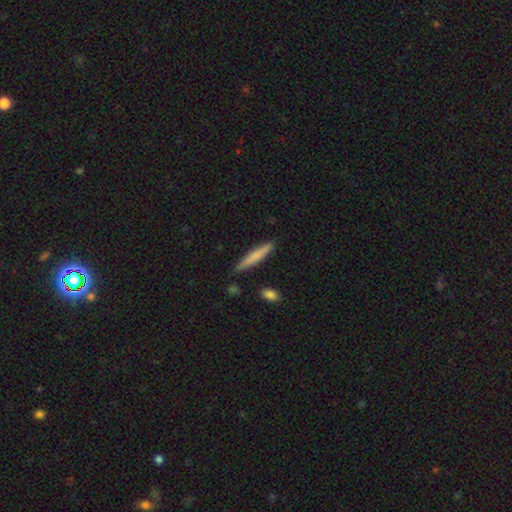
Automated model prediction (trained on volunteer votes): A smooth galaxy with no disk features (74%) that is cigar-shaped (93%). Merging: none (84%).